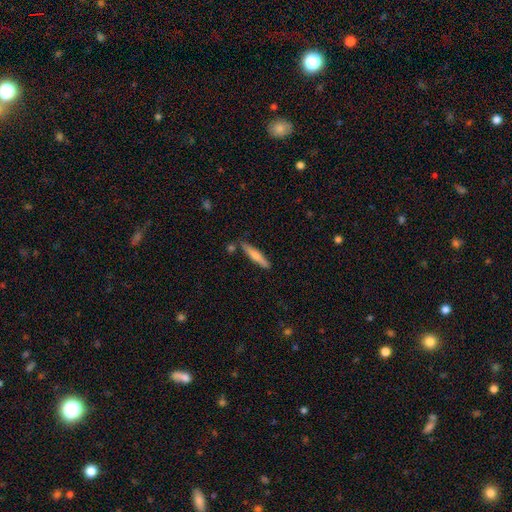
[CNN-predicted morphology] A smooth galaxy with no disk features (63%) that is cigar-shaped (90%). Merging: none (81%).